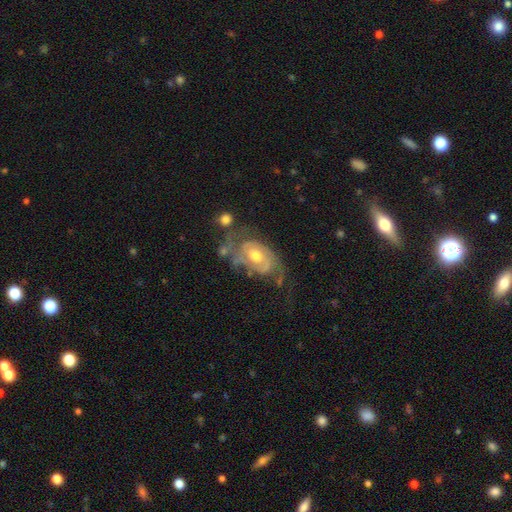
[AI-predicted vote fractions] Smooth or featured? Predicted: featured or disk (p=0.83). Edge-on disk? Predicted: no (p=0.96). Bar? Predicted: no (p=0.65). Spiral arms? Predicted: yes (p=0.91). Spiral winding? Predicted: tight (p=0.50). Spiral arm count? Predicted: 2 (p=0.59). Bulge size? Predicted: moderate (p=0.73). Merging? Predicted: none (p=0.47).